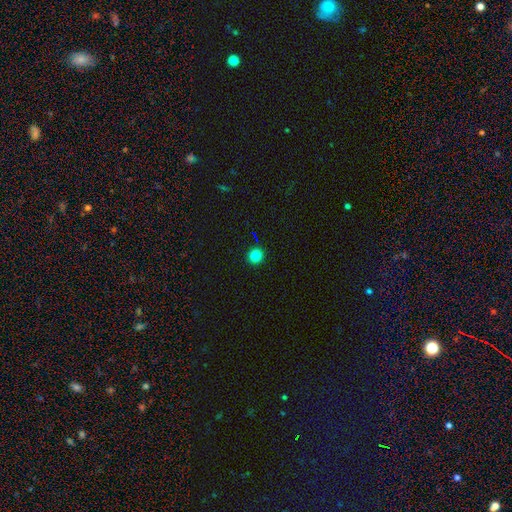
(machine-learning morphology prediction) smooth-or-featured: smooth: 83% | star or artifact: 12% | featured or disk: 5%
  how-rounded: round: 92% | in between: 7% | cigar-shaped: 1%
  merging: none: 92% | minor disturbance: 5% | major disturbance: 1% | merger: 1%